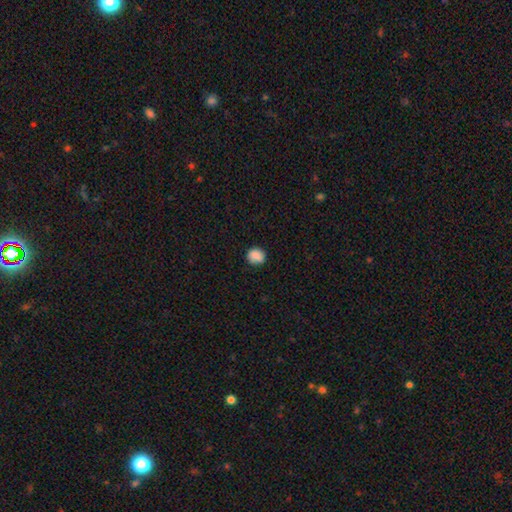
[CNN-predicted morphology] This is clearly a smooth galaxy (87%). How rounded: clearly round (80%). Merging: clearly none (83%).